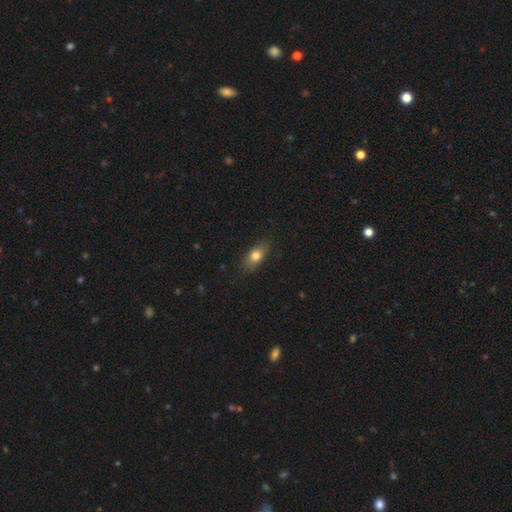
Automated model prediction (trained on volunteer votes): Smooth or featured: smooth — 75% (featured or disk — 16%)
How rounded: in between — 77% (cigar-shaped — 12%)
Merging: none — 81% (minor disturbance — 14%)